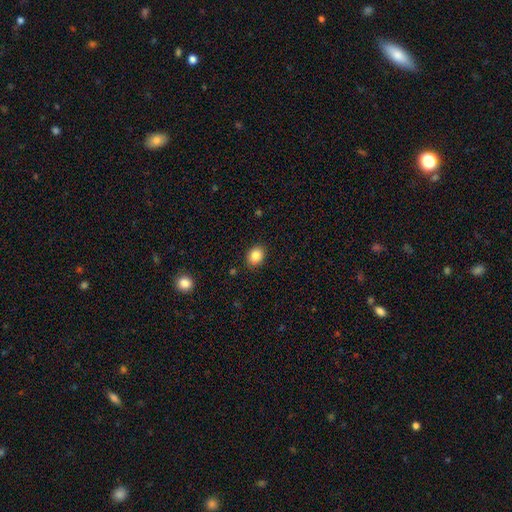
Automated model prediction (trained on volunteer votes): smooth 85%, star or artifact 10%, featured or disk 5%. Down the decision tree: how rounded — round (50%); merging — none (83%).